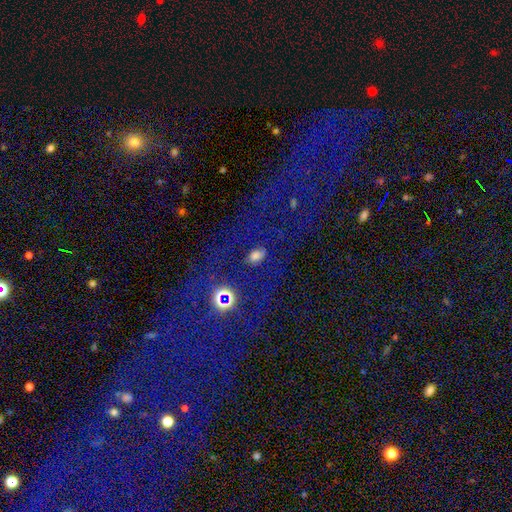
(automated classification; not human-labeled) Smooth or featured? smooth (55%)
How rounded? in between (80%)
Merging? none (77%)